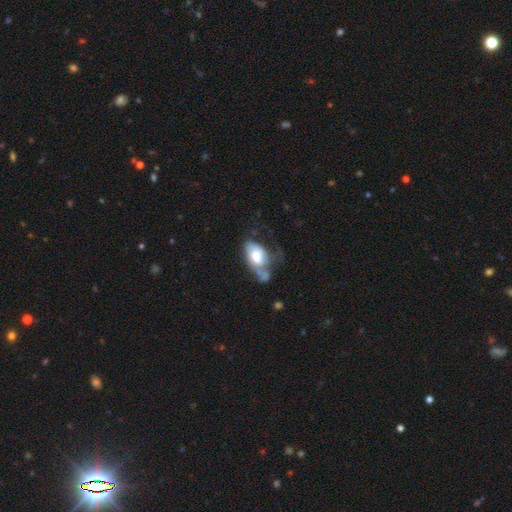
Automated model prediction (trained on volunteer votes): The model was most divided on "merging": major disturbance: 38%, minor disturbance: 26%, none: 21%, merger: 16%. More confident: how rounded — in between (90%); smooth or featured — smooth (57%).